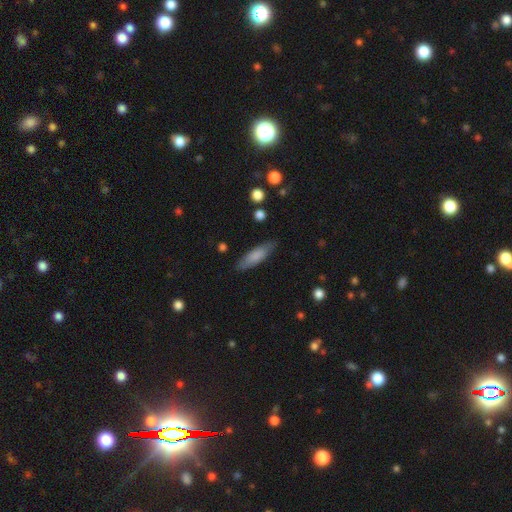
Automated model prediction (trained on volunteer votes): Smooth or featured: smooth — 78% (featured or disk — 17%)
How rounded: cigar-shaped — 54% (in between — 44%)
Merging: none — 82% (minor disturbance — 14%)